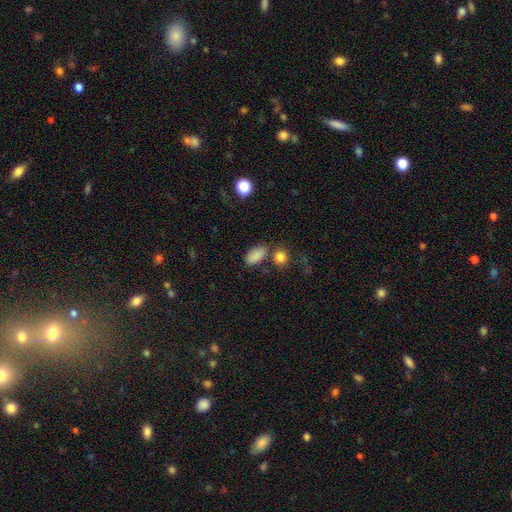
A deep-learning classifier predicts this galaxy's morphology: smooth 86%, star or artifact 9%, featured or disk 5%. Down the decision tree: how rounded — in between (91%); merging — none (66%).